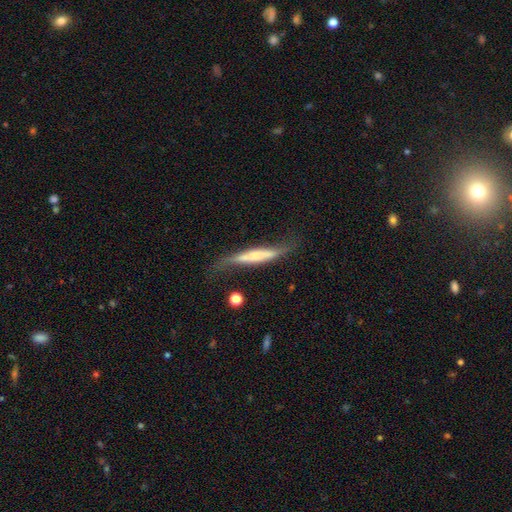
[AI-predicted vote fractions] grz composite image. It shows a featured or disk galaxy (53%) viewed edge-on (71%). Merging: none (48%).